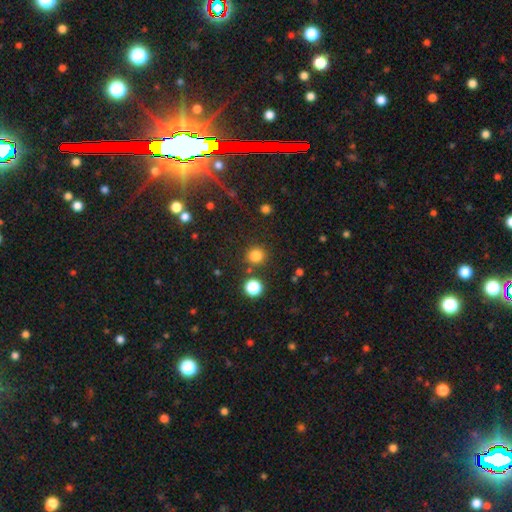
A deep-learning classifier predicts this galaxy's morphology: type=smooth (81%); roundness=round (91%); merging=none (84%).